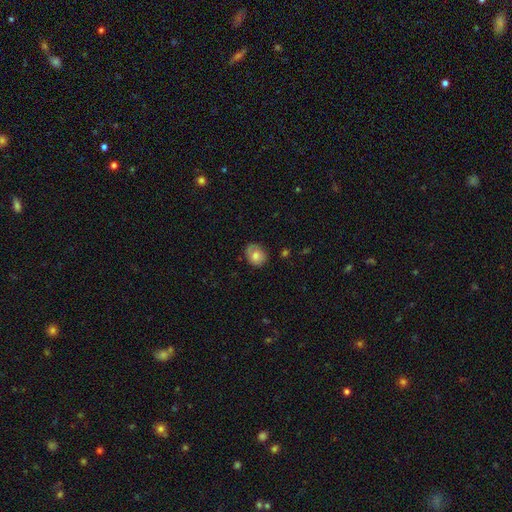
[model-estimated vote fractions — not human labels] Smooth or featured: smooth — 74% (featured or disk — 18%)
How rounded: round — 60% (in between — 39%)
Merging: none — 71% (minor disturbance — 22%)